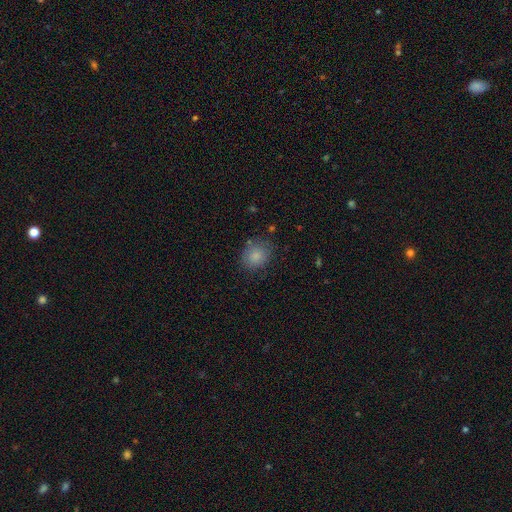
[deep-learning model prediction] This appears to be a smooth galaxy with no disk features (84%) that is round (69%). Merging: none (78%).